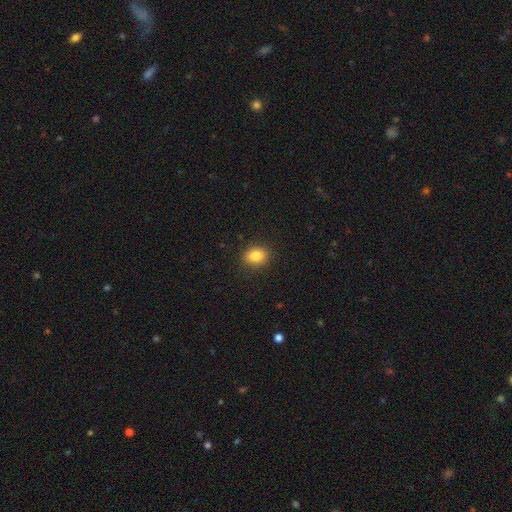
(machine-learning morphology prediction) type=smooth (84%); roundness=in between (56%); merging=none (89%).